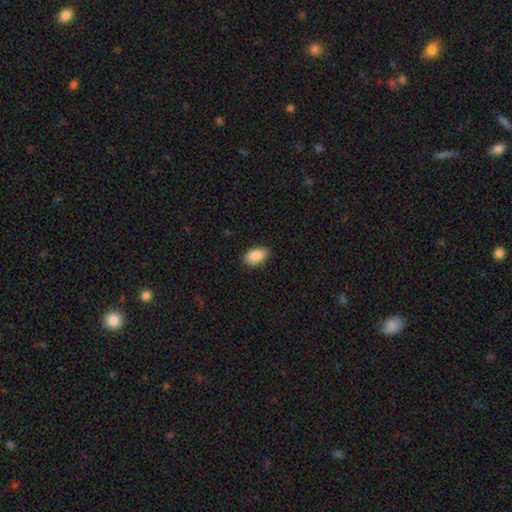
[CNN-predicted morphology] smooth 89%, star or artifact 7%, featured or disk 4%. Down the decision tree: how rounded — in between (93%); merging — none (85%).